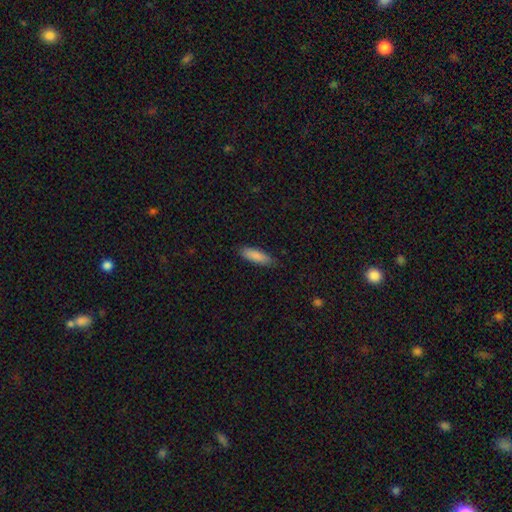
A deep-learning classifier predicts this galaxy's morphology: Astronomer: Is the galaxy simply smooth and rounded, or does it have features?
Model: smooth — 87%.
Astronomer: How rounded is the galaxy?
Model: cigar-shaped — 51% (runner-up: in between, 48%).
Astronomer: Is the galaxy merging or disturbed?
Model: none — 83%.